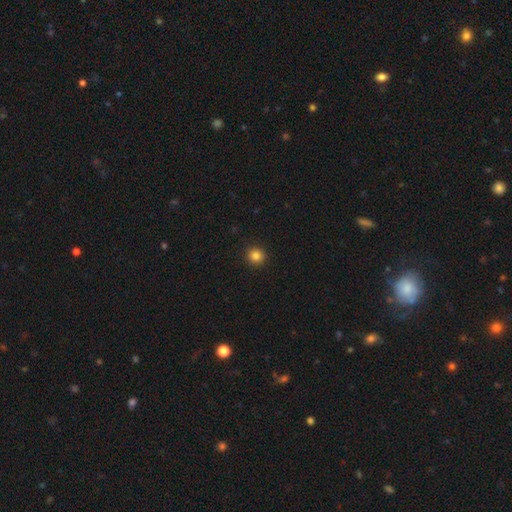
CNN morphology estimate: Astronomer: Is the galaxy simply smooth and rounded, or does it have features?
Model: smooth — 84%.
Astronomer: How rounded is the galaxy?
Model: round — 94%.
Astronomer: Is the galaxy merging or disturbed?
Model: none — 93%.